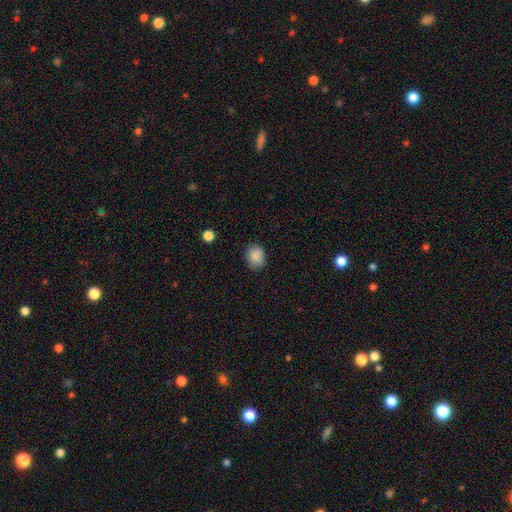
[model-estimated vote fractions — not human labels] A smooth galaxy with no disk features (88%) that is round (52%). Merging: none (83%).